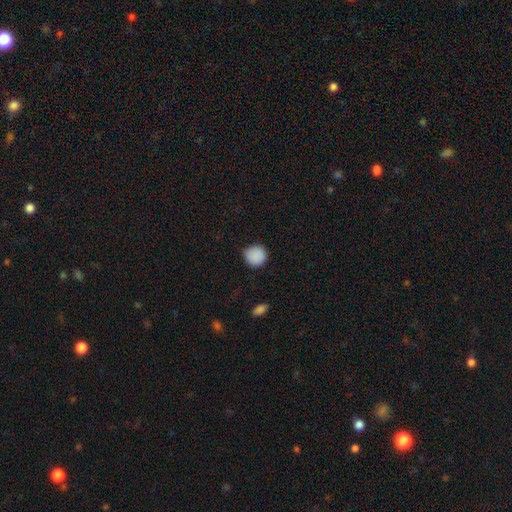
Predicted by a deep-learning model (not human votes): Smooth or featured?
  - smooth: 88% *
  - star or artifact: 8%
  - featured or disk: 3%
How rounded?
  - round: 92% *
  - in between: 7%
  - cigar-shaped: 1%
Merging?
  - none: 85% *
  - minor disturbance: 11%
  - major disturbance: 3%
  - merger: 1%